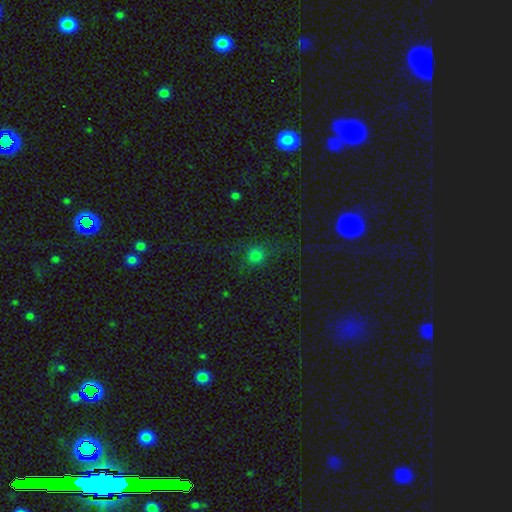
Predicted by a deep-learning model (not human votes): smooth 74%, star or artifact 19%, featured or disk 7%. Down the decision tree: how rounded — round (86%); merging — none (75%).